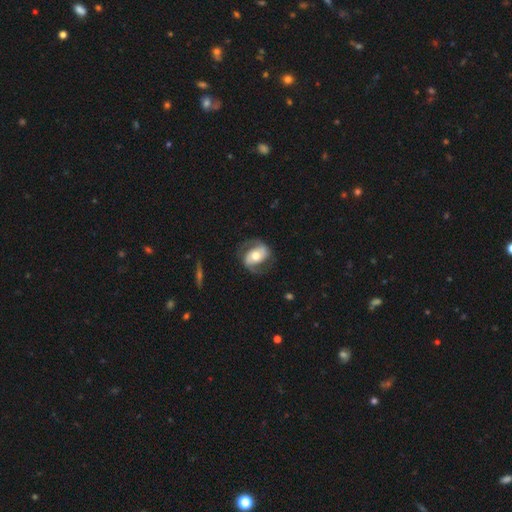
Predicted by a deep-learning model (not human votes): A featured or disk galaxy (79%) with no bar (43%), 2 (90%) medium (49%) spiral arms (92%) and a moderate central bulge (67%). Merging: none (71%).